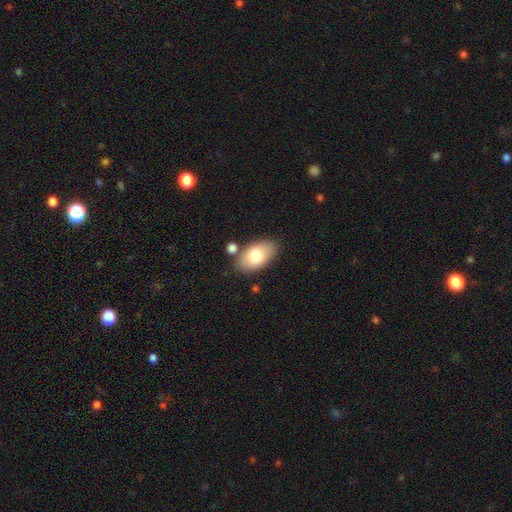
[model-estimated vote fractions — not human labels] This is likely a smooth galaxy (78%). How rounded: clearly in between (94%). Merging: likely none (77%).